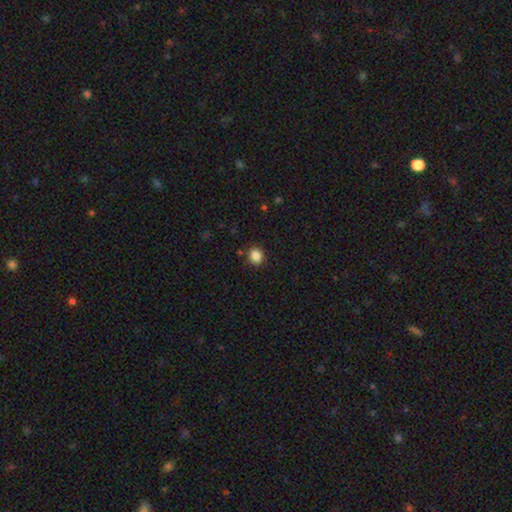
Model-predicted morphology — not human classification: Smooth or featured: smooth — 86% (star or artifact — 11%)
How rounded: round — 72% (in between — 27%)
Merging: none — 88% (minor disturbance — 8%)